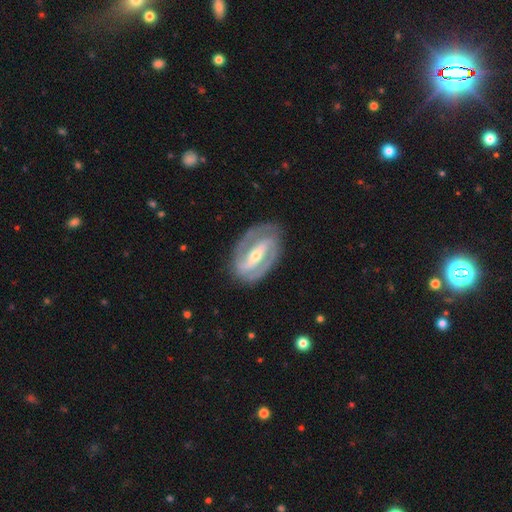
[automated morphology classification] Q: Smooth or featured?
A: featured or disk (88%); runner-up: smooth (7%)
Q: Edge-on disk?
A: no (95%); runner-up: yes (5%)
Q: Bar?
A: strong (71%); runner-up: weak (19%)
Q: Spiral arms?
A: yes (91%); runner-up: no (9%)
Q: Spiral winding?
A: tight (49%); runner-up: medium (40%)
Q: Spiral arm count?
A: 2 (88%); runner-up: can't tell (5%)
Q: Bulge size?
A: small (51%); runner-up: moderate (45%)
Q: Merging?
A: none (83%); runner-up: minor disturbance (11%)